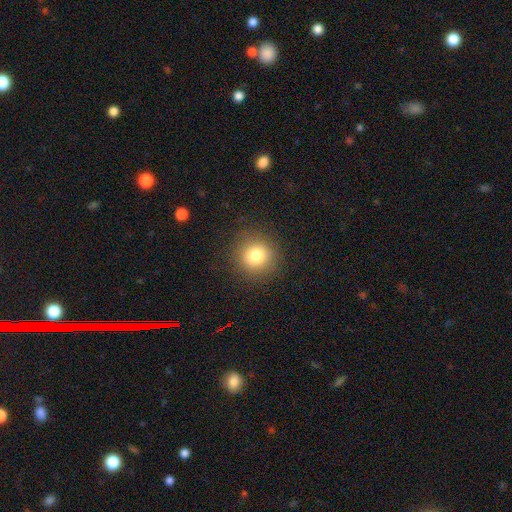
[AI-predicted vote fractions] Smooth or featured?
  - smooth: 80% *
  - star or artifact: 12%
  - featured or disk: 8%
How rounded?
  - round: 92% *
  - in between: 7%
  - cigar-shaped: 1%
Merging?
  - none: 88% *
  - minor disturbance: 7%
  - major disturbance: 3%
  - merger: 1%